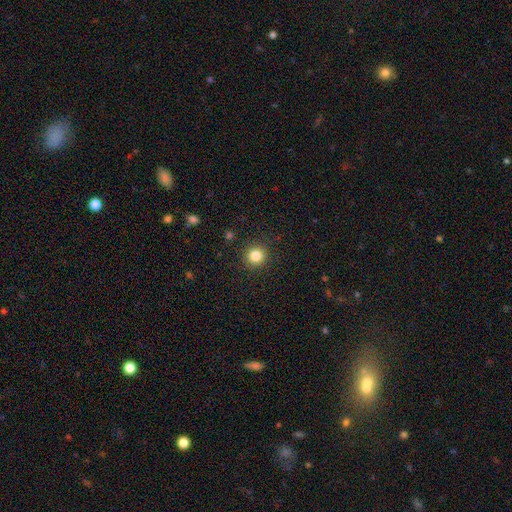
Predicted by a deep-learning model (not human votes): Smooth or featured?
  - smooth: 83% *
  - star or artifact: 12%
  - featured or disk: 5%
How rounded?
  - round: 94% *
  - in between: 5%
  - cigar-shaped: 1%
Merging?
  - none: 91% *
  - minor disturbance: 6%
  - major disturbance: 2%
  - merger: 1%